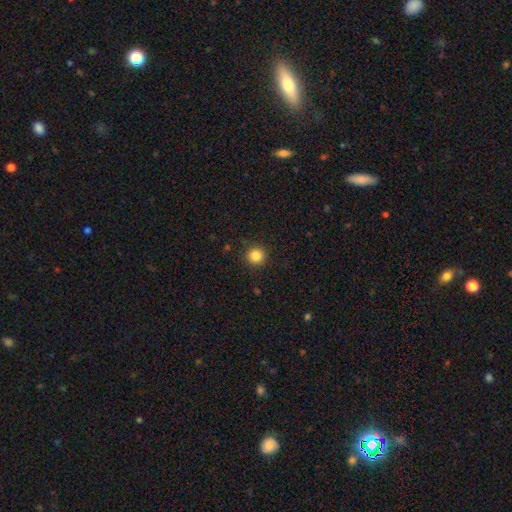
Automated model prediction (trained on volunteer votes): A smooth galaxy with no disk features (84%) that is round (94%). Merging: none (91%).